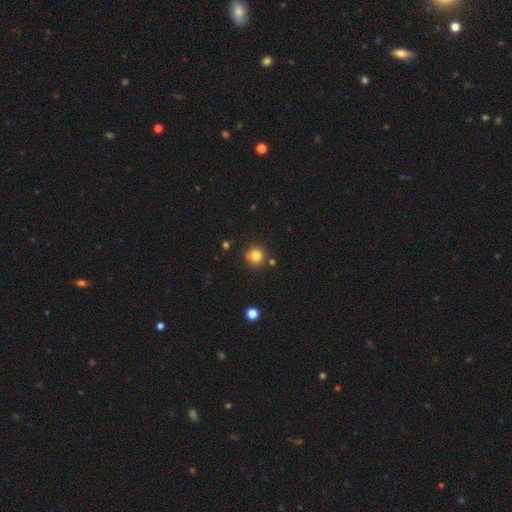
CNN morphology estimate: type=smooth (81%); roundness=round (93%); merging=none (79%).